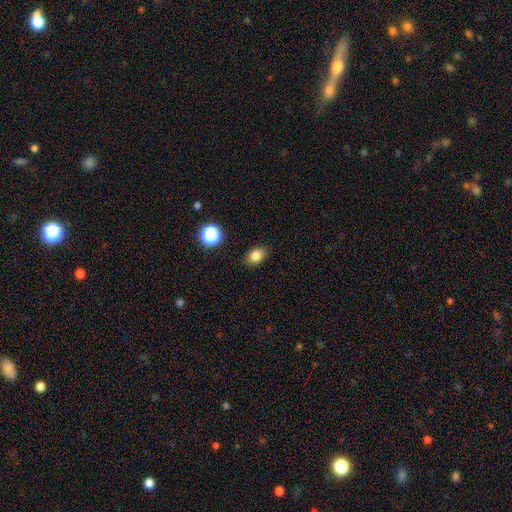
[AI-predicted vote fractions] A smooth galaxy with no disk features (82%) that is in between round and cigar-shaped (67%).

Vote fractions:
- Smooth or featured? smooth: 82% / star or artifact: 12% / featured or disk: 6%
- How rounded? in between: 67% / round: 32% / cigar-shaped: 1%
- Merging? none: 86% / minor disturbance: 11% / major disturbance: 2% / merger: 1%